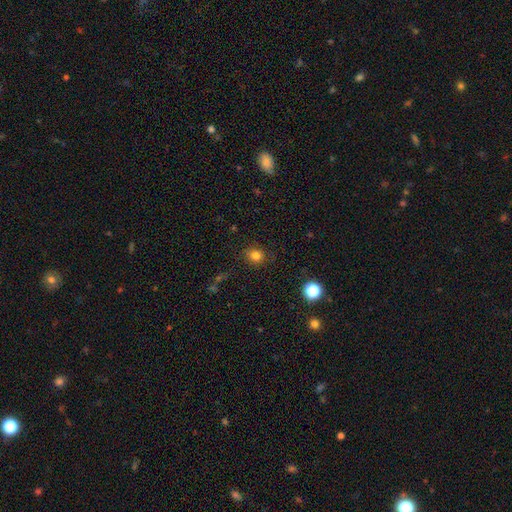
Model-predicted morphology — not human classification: Q: Smooth or featured?
A: smooth (80%); runner-up: star or artifact (14%)
Q: How rounded?
A: round (74%); runner-up: in between (25%)
Q: Merging?
A: none (83%); runner-up: minor disturbance (12%)